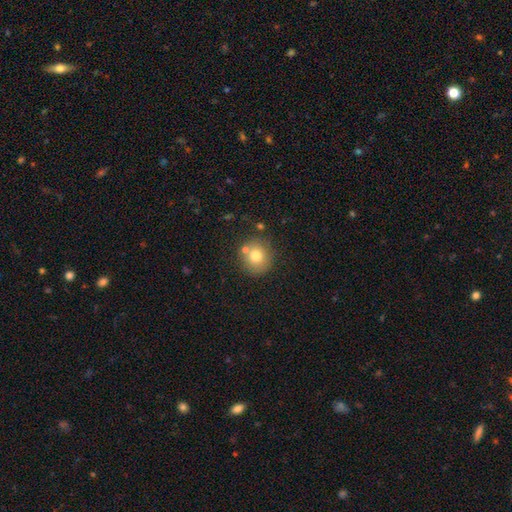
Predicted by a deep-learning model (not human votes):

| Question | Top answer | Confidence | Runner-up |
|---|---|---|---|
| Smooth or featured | smooth | 75% | featured or disk (13%) |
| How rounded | round | 88% | in between (11%) |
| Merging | none | 73% | merger (12%) |